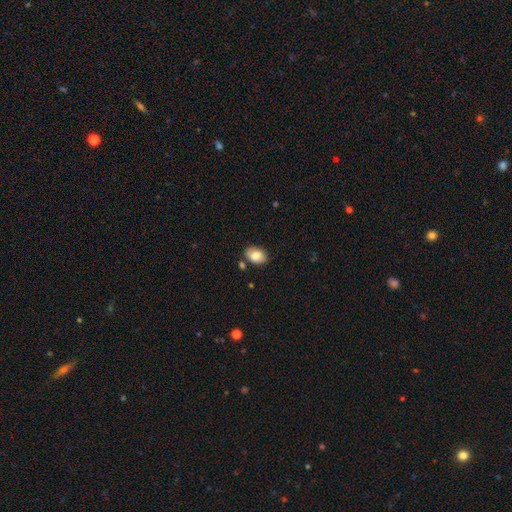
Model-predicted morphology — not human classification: type=smooth (77%); roundness=in between (81%); merging=none (78%).